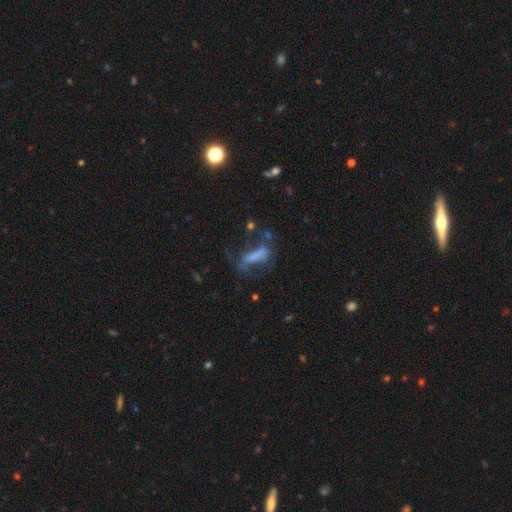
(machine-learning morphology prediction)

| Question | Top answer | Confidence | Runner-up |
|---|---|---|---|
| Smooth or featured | smooth | 45% | featured or disk (40%) |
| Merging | major disturbance | 39% | none (33%) |